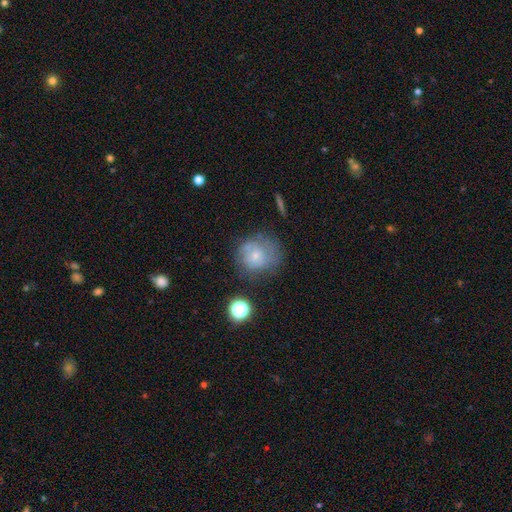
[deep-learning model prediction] This is possibly a smooth galaxy (48%). Merging: possibly none (53%).